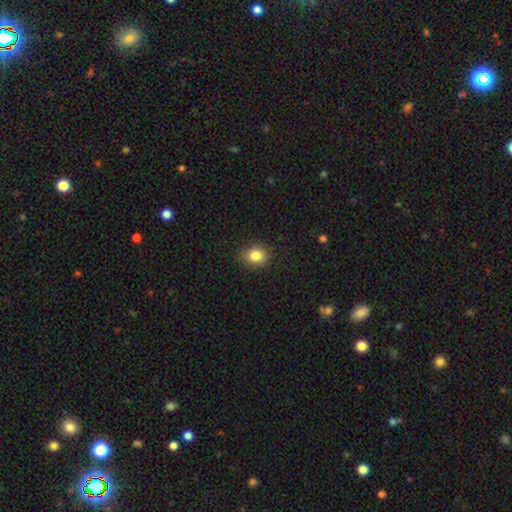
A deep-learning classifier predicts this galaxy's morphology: Smooth or featured? Predicted: smooth (p=0.85). How rounded? Predicted: round (p=0.56). Merging? Predicted: none (p=0.86).